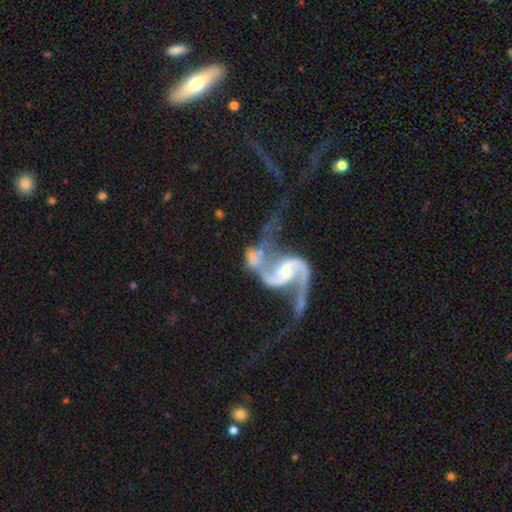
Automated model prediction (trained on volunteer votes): A featured or disk galaxy (87%) with a weak bar (43%), 2 (90%) loose (75%) spiral arms (94%) and a small central bulge (32%). Merging: merger (40%).